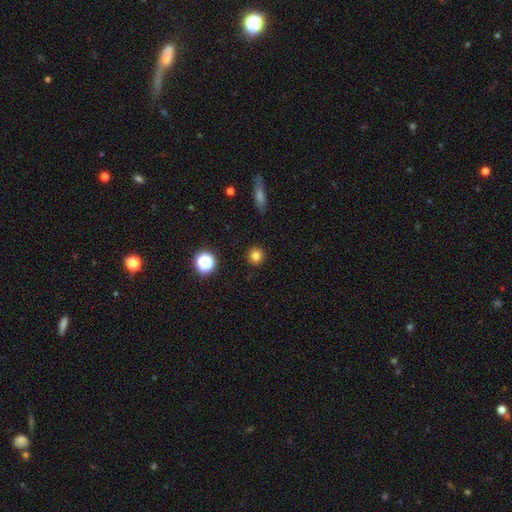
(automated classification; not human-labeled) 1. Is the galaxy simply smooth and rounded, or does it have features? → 81% smooth, 14% star or artifact, 6% featured or disk.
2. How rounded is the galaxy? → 94% round, 5% in between, 1% cigar-shaped.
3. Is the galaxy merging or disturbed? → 91% none, 6% minor disturbance, 2% major disturbance, 1% merger.